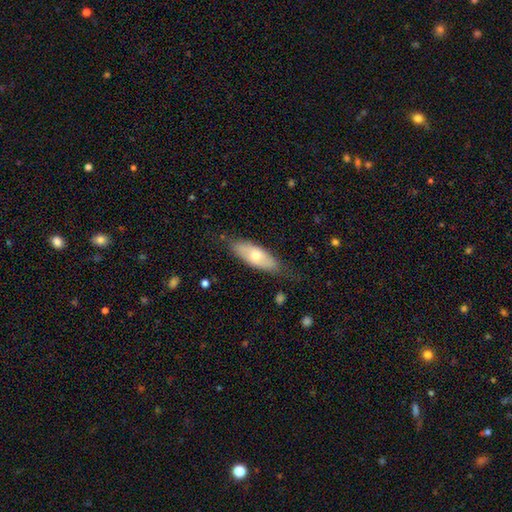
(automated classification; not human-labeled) Smooth or featured?
  - smooth: 60% *
  - featured or disk: 35%
  - star or artifact: 6%
How rounded?
  - in between: 68% *
  - cigar-shaped: 29%
  - round: 3%
Merging?
  - none: 74% *
  - minor disturbance: 19%
  - major disturbance: 5%
  - merger: 1%